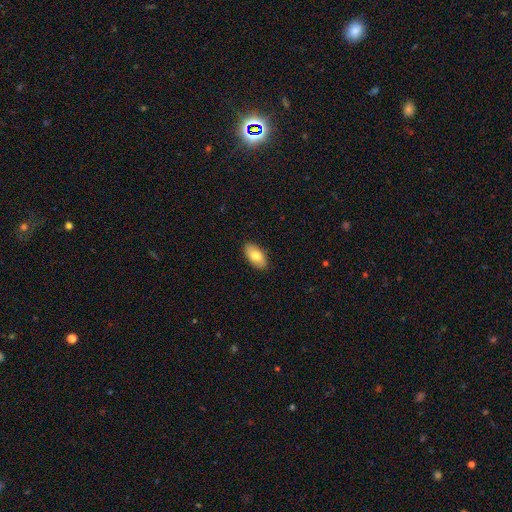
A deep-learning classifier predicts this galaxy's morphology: A smooth galaxy with no disk features (77%) that is in between round and cigar-shaped (94%).

Vote fractions:
- Smooth or featured? smooth: 77% / featured or disk: 17% / star or artifact: 6%
- How rounded? in between: 94% / round: 3% / cigar-shaped: 3%
- Merging? none: 89% / minor disturbance: 8% / major disturbance: 2% / merger: 1%